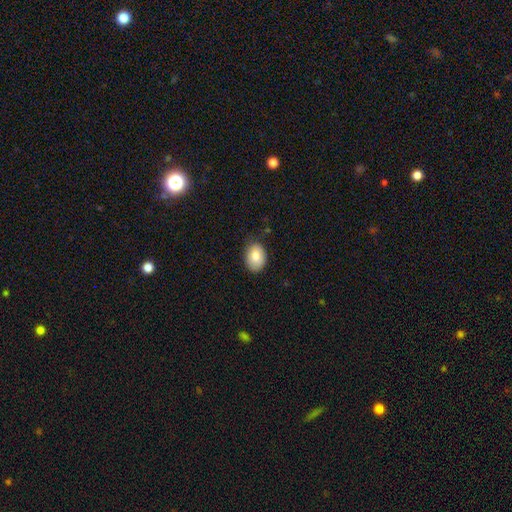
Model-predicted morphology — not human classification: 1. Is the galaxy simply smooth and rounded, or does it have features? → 81% smooth, 11% featured or disk, 8% star or artifact.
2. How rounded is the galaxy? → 66% in between, 33% round, 1% cigar-shaped.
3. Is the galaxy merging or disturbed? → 78% none, 18% minor disturbance, 3% major disturbance, 1% merger.